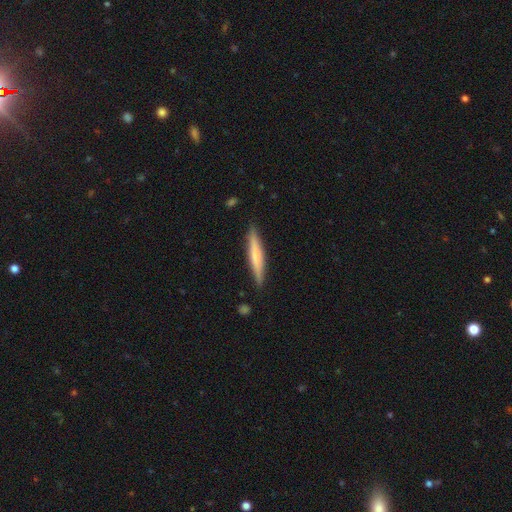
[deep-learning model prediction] Overall: smooth (59%; featured or disk 35%). How rounded: cigar-shaped (92%). Merging: none (88%).